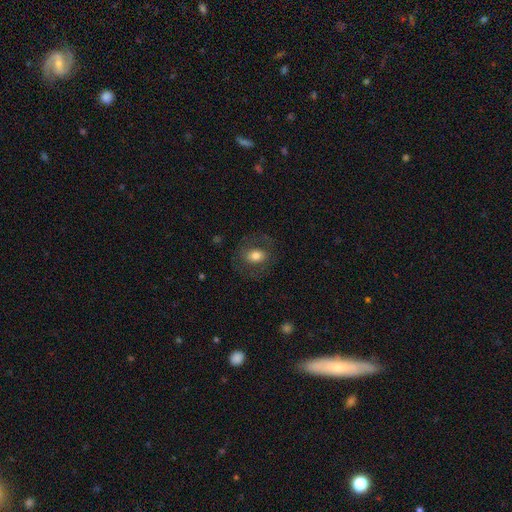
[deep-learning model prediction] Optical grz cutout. It shows a smooth galaxy with no disk features (66%) that is in between round and cigar-shaped (58%). Merging: none (76%).